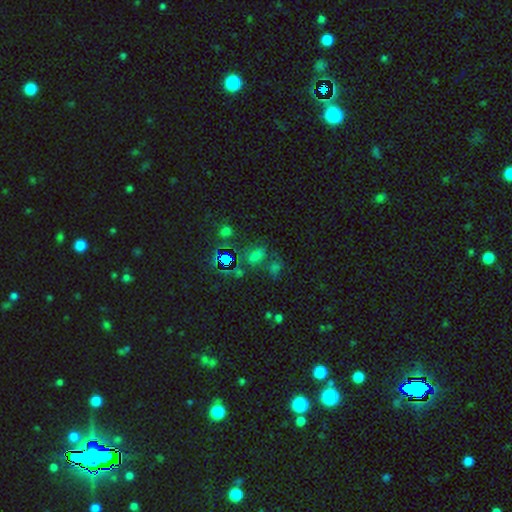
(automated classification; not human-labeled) Q: Smooth or featured?
A: smooth (48%); runner-up: star or artifact (41%)
Q: Merging?
A: none (55%); runner-up: minor disturbance (18%)